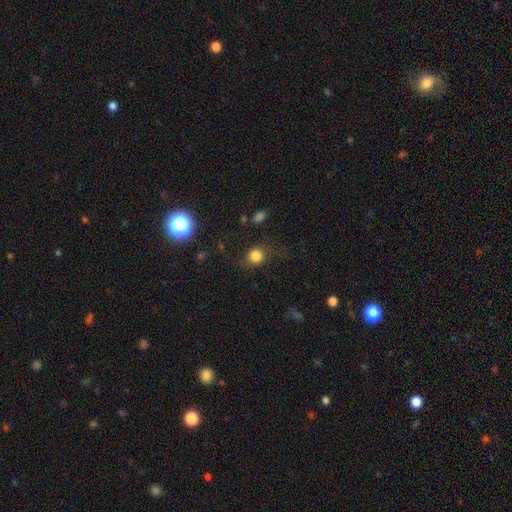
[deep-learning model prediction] A smooth galaxy with no disk features (79%) that is round (83%).

Vote fractions:
- Smooth or featured? smooth: 79% / star or artifact: 14% / featured or disk: 7%
- How rounded? round: 83% / in between: 16% / cigar-shaped: 1%
- Merging? none: 73% / minor disturbance: 16% / major disturbance: 9% / merger: 2%